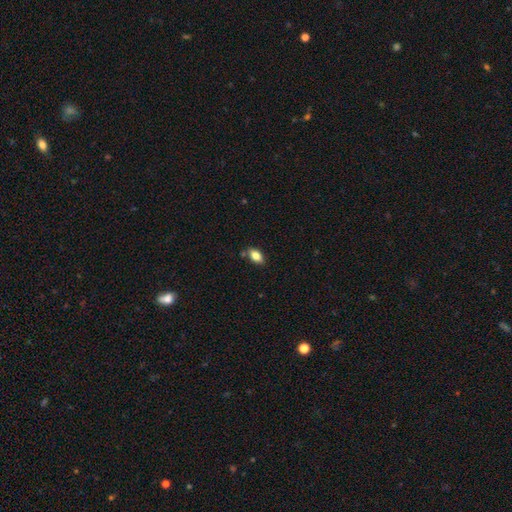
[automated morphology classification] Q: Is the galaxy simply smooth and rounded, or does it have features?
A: smooth — 82%.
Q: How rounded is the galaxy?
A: in between — 90%.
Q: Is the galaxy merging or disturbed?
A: none — 75%.